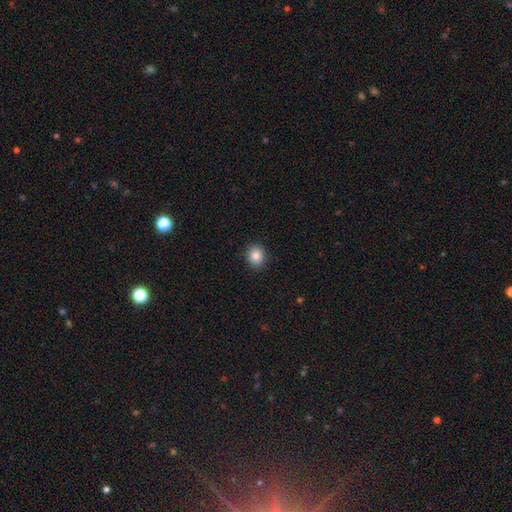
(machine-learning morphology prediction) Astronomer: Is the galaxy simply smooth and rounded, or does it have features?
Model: smooth — 84%.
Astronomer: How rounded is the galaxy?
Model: round — 67%.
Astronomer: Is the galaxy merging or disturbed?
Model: none — 90%.